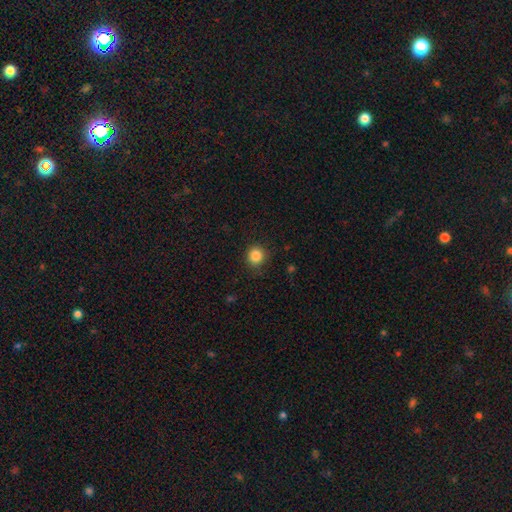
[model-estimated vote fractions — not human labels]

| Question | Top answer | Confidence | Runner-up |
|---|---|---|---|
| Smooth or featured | smooth | 85% | star or artifact (11%) |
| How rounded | round | 90% | in between (9%) |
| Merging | none | 88% | minor disturbance (9%) |